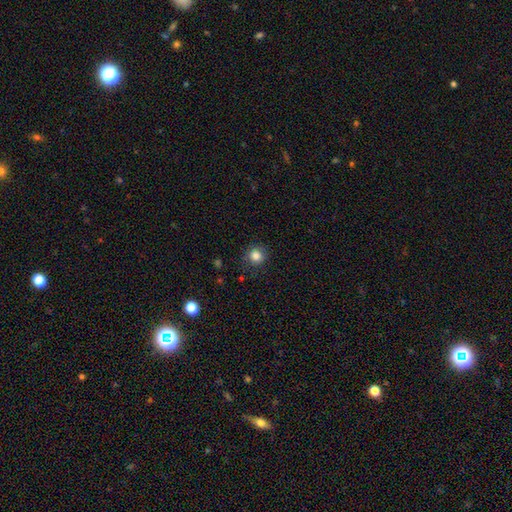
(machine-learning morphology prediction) smooth 84%, star or artifact 11%, featured or disk 5%. Down the decision tree: how rounded — round (90%); merging — none (85%).